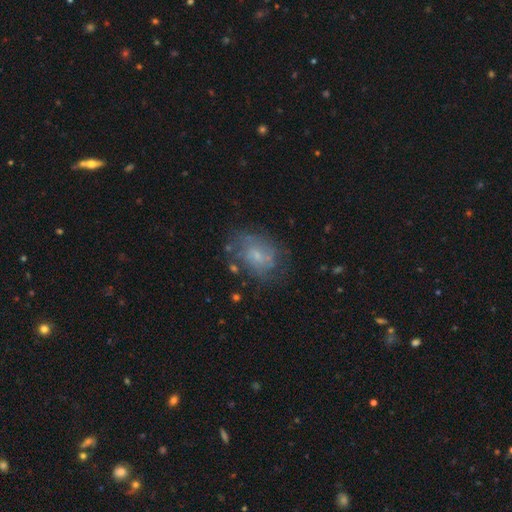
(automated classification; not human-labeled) Smooth or featured?
  - featured or disk: 49% *
  - smooth: 40%
  - star or artifact: 12%
Merging?
  - none: 61% *
  - minor disturbance: 22%
  - major disturbance: 13%
  - merger: 4%